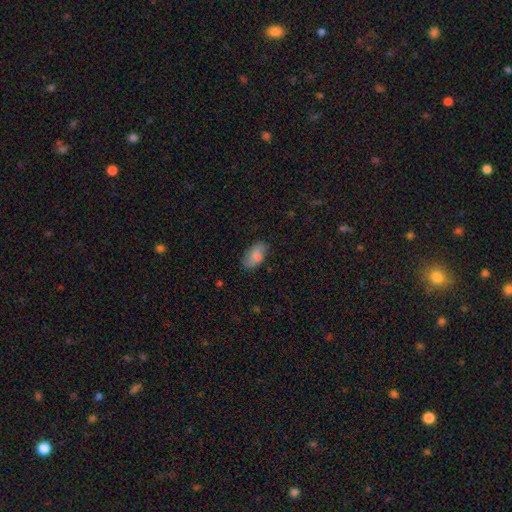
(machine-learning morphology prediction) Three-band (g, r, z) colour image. It shows a smooth galaxy with no disk features (80%) that is in between round and cigar-shaped (94%). Merging: none (76%).